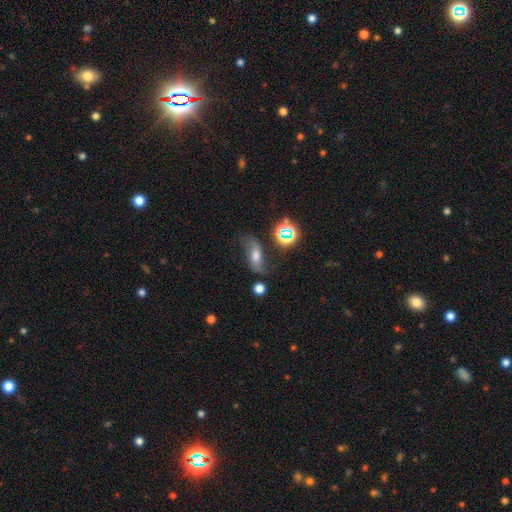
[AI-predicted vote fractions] Smooth or featured: featured or disk — 46% (smooth — 38%)
Merging: none — 55% (minor disturbance — 25%)